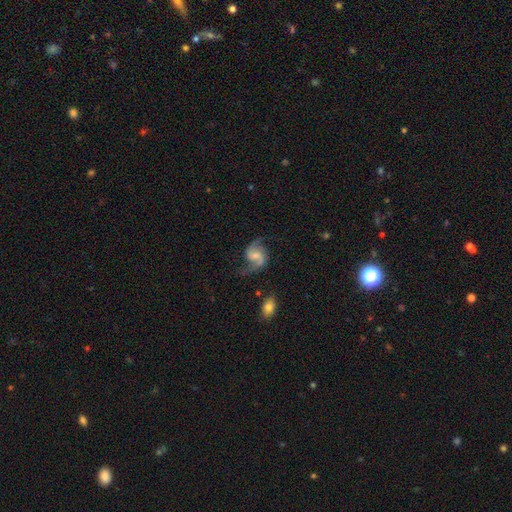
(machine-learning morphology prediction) This appears to be a featured or disk galaxy (89%) with a weak bar (50%), 2 (93%) loose (57%) spiral arms (97%) and a small central bulge (47%). Merging: none (73%).